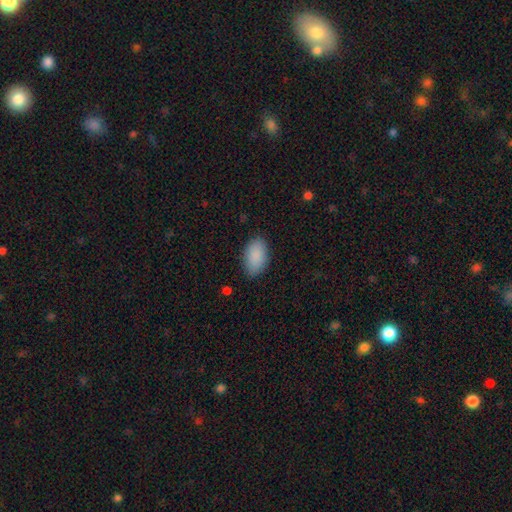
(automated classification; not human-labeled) Smooth or featured: smooth — 90% (star or artifact — 6%)
How rounded: in between — 94% (round — 5%)
Merging: none — 85% (minor disturbance — 11%)